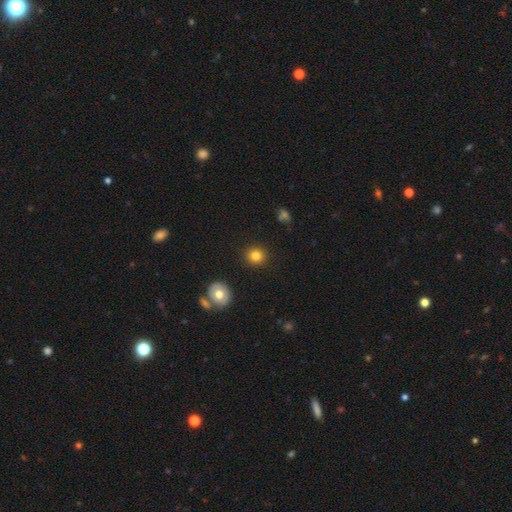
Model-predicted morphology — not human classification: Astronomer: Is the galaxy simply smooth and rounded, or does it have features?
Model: smooth — 82%.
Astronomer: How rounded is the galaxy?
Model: round — 91%.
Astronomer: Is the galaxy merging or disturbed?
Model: none — 90%.